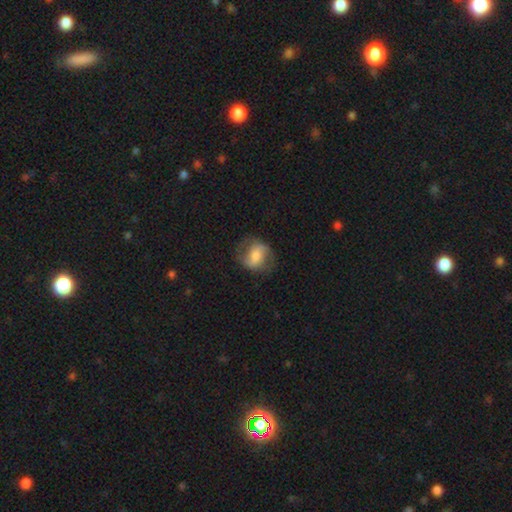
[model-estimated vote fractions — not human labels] This appears to be a featured or disk galaxy (50%). Merging: none (70%).